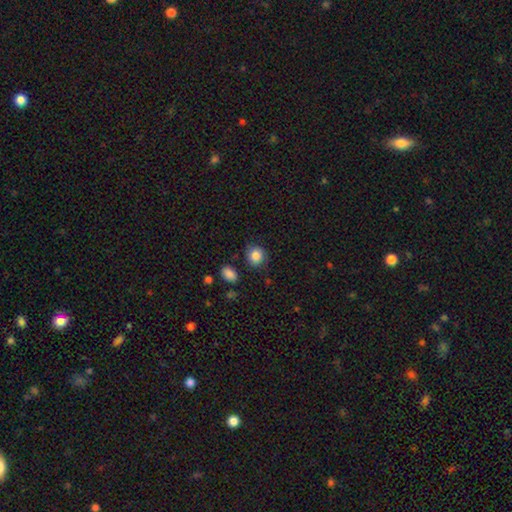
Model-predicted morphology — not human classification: The model was most divided on "how rounded": round: 80%, in between: 19%, cigar-shaped: 1%. More confident: smooth or featured — smooth (85%); merging — none (79%).